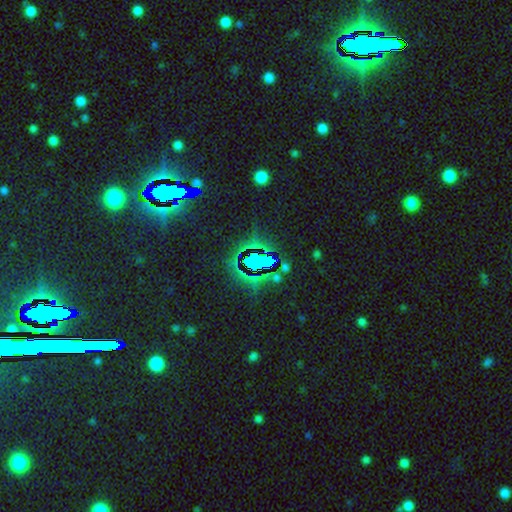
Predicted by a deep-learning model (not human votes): star or artifact 83%, smooth 9%, featured or disk 8%.